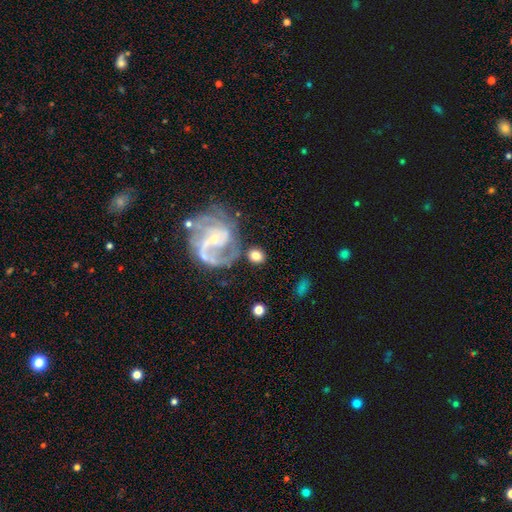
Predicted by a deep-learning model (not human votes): The model was most divided on "smooth or featured": smooth: 60%, featured or disk: 32%, star or artifact: 8%. More confident: how rounded — round (74%); merging — none (71%).